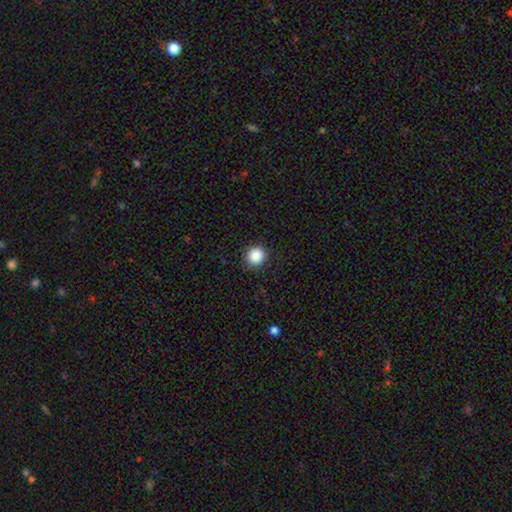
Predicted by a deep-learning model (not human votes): A smooth galaxy with no disk features (88%) that is round (90%). Merging: none (90%).